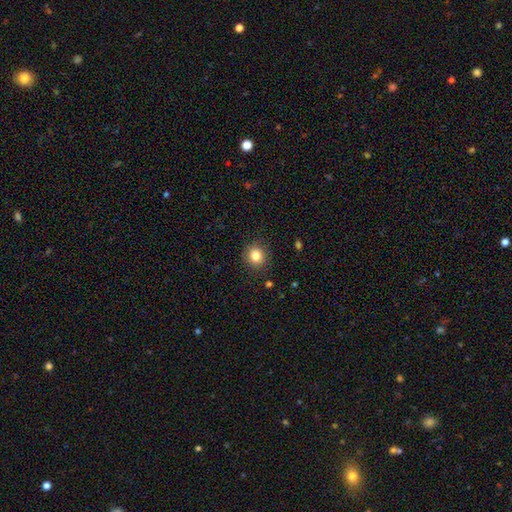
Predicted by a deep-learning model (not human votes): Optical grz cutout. It shows a smooth galaxy with no disk features (83%) that is round (89%). Merging: none (89%).